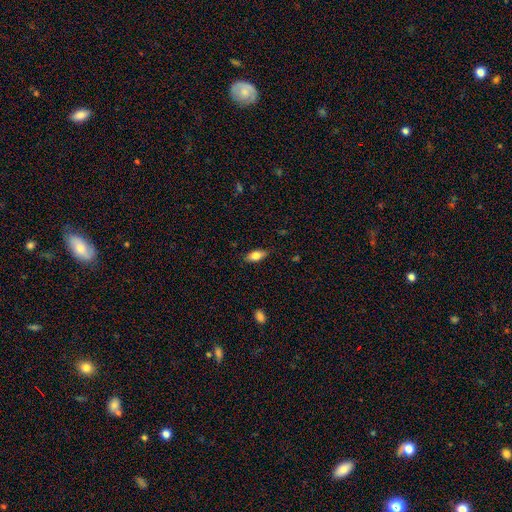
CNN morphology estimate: The model was most divided on "smooth or featured": smooth: 79%, featured or disk: 14%, star or artifact: 7%. More confident: how rounded — in between (87%); merging — none (84%).